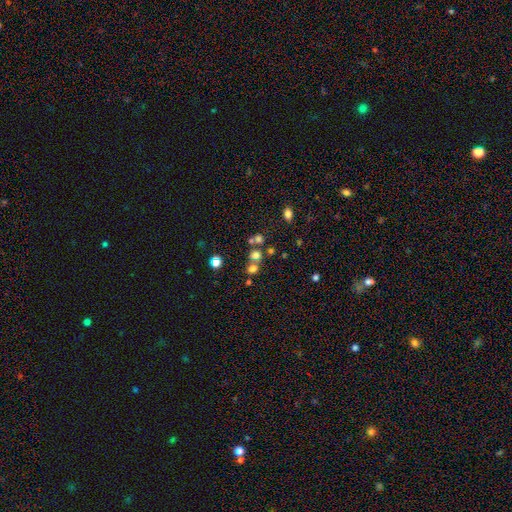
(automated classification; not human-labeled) Smooth or featured? smooth (63%)
How rounded? round (78%)
Merging? none (49%)